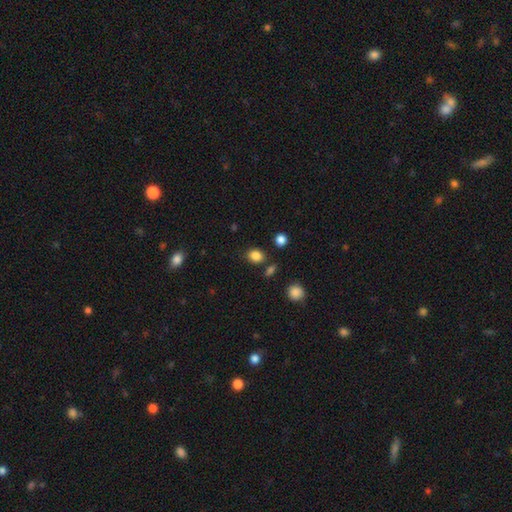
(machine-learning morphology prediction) Q: Smooth or featured?
A: smooth (84%); runner-up: star or artifact (12%)
Q: How rounded?
A: round (59%); runner-up: in between (40%)
Q: Merging?
A: none (80%); runner-up: minor disturbance (10%)